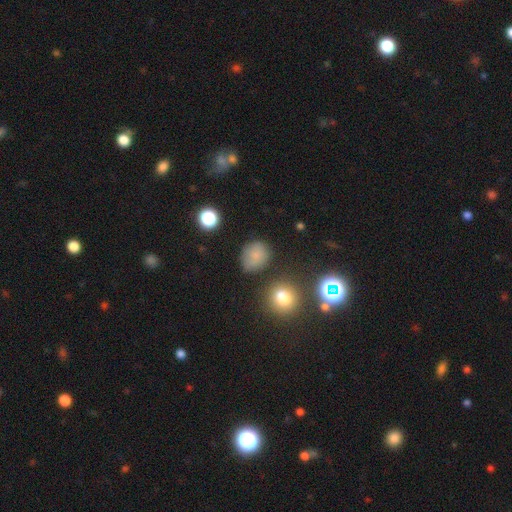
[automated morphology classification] The model was most divided on "how rounded": round: 62%, in between: 37%, cigar-shaped: 1%. More confident: smooth or featured — smooth (75%); merging — none (70%).